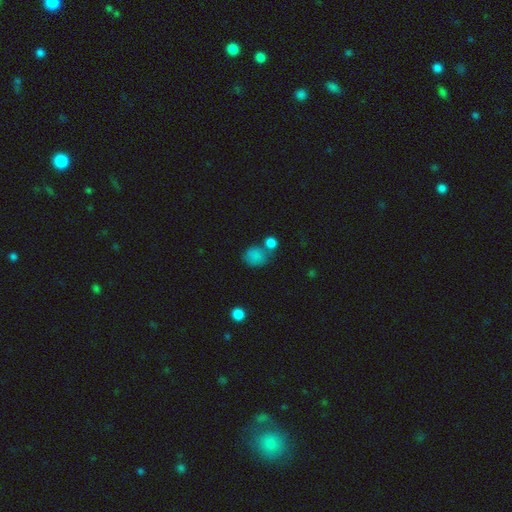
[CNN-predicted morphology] type=smooth (81%); roundness=round (68%); merging=none (48%).